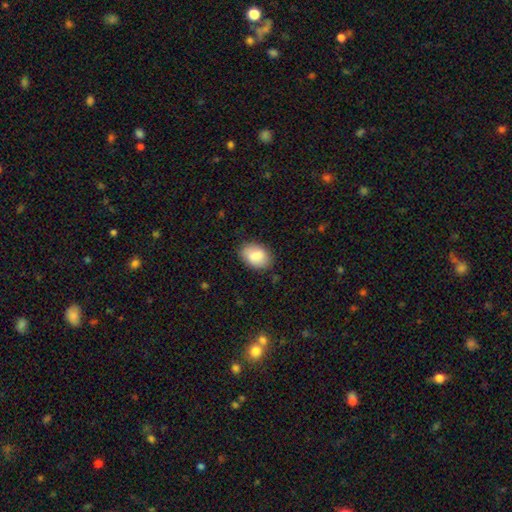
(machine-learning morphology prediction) Overall: smooth (82%). How rounded: in between (85%). Merging: none (84%).